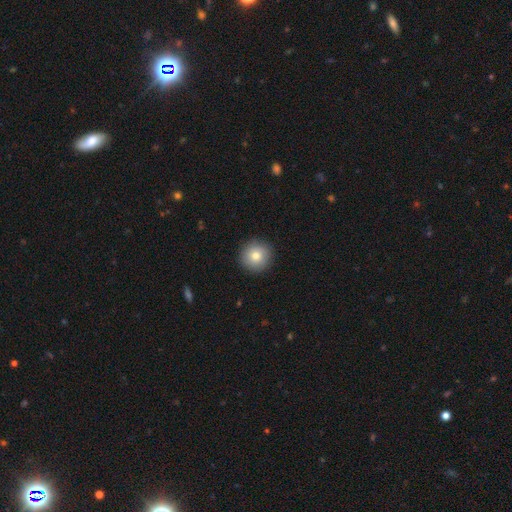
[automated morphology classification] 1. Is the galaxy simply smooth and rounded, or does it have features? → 79% smooth, 11% featured or disk, 10% star or artifact.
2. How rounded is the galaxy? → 95% round, 4% in between, 1% cigar-shaped.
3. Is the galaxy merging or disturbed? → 92% none, 6% minor disturbance, 2% major disturbance, 1% merger.